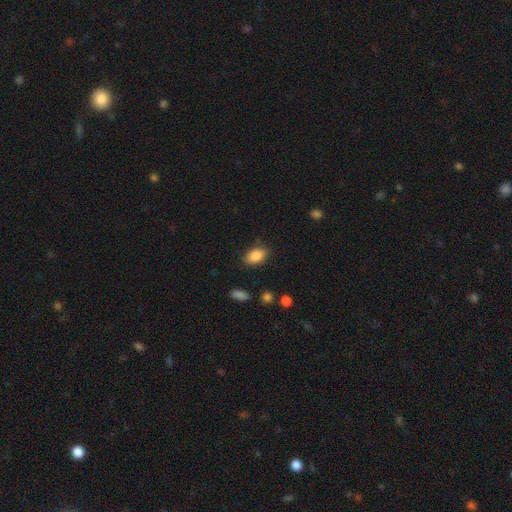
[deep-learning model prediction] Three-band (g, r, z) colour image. It shows a smooth galaxy with no disk features (86%) that is in between round and cigar-shaped (88%). Merging: none (83%).